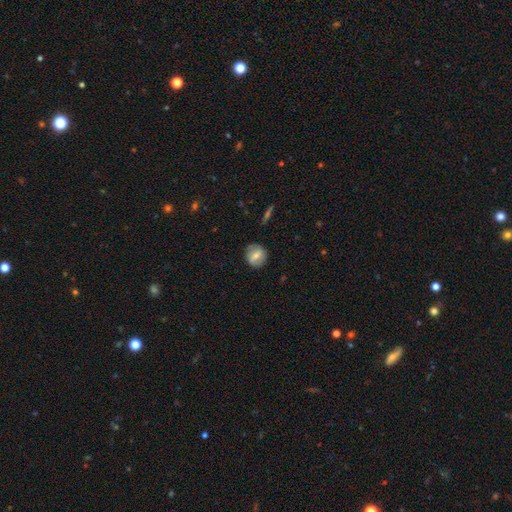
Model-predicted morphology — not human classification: Overall: smooth (56%; featured or disk 37%). How rounded: round (80%). Merging: none (85%).